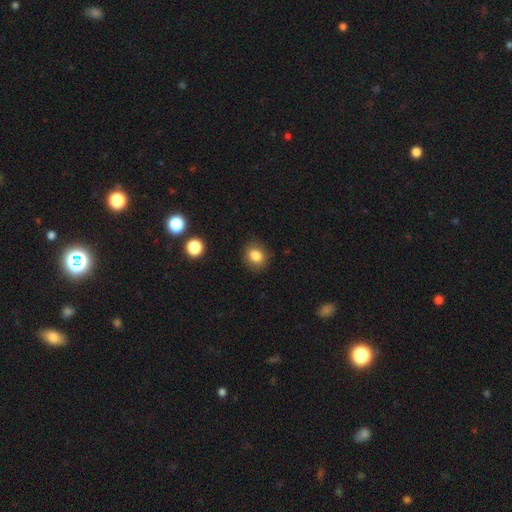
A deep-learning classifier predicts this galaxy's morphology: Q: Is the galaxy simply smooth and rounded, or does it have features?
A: smooth — 83%.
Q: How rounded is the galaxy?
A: round — 67%.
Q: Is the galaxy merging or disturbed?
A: none — 86%.